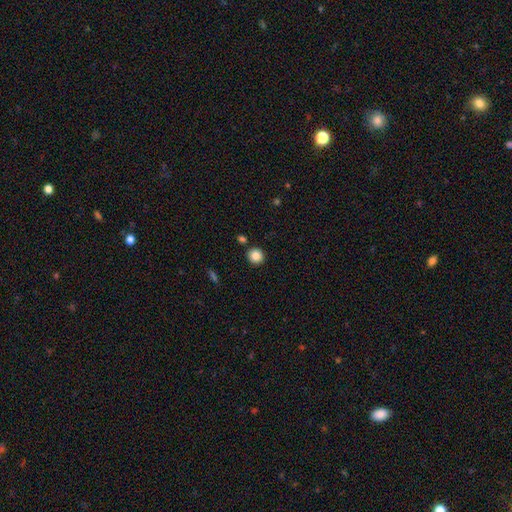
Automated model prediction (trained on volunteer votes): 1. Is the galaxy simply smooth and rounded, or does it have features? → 86% smooth, 10% star or artifact, 4% featured or disk.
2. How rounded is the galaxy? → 91% round, 8% in between, 1% cigar-shaped.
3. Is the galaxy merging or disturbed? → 87% none, 7% minor disturbance, 4% merger, 2% major disturbance.